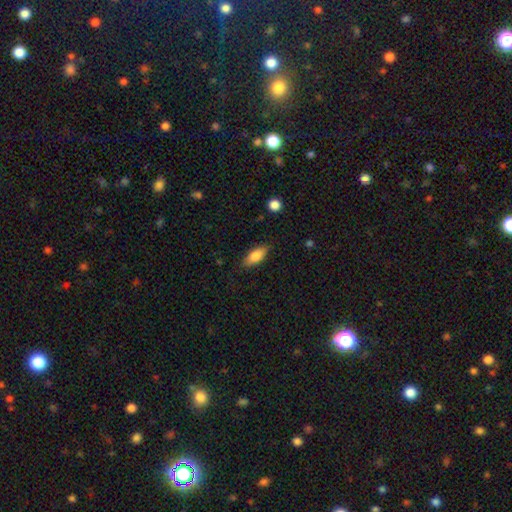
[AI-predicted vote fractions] Smooth or featured?
  - smooth: 81% *
  - featured or disk: 12%
  - star or artifact: 7%
How rounded?
  - in between: 81% *
  - cigar-shaped: 16%
  - round: 2%
Merging?
  - none: 82% *
  - minor disturbance: 14%
  - major disturbance: 3%
  - merger: 1%